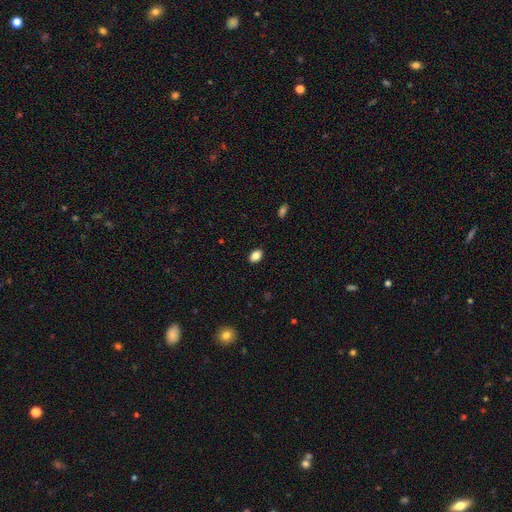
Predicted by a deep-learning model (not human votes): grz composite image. It shows a smooth galaxy with no disk features (86%) that is in between round and cigar-shaped (82%). Merging: none (88%).